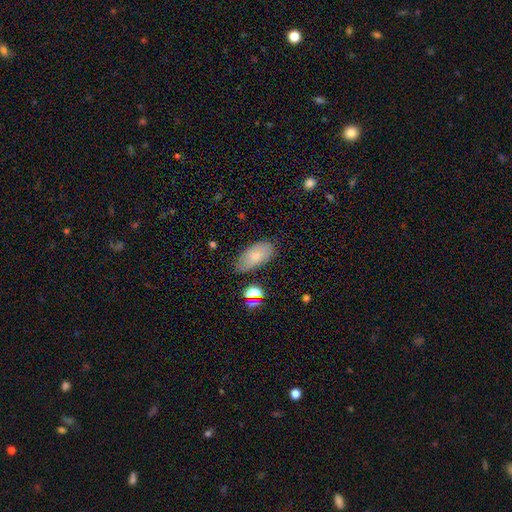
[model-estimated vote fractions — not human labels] Smooth or featured? Predicted: smooth (p=0.74). How rounded? Predicted: in between (p=0.92). Merging? Predicted: none (p=0.75).